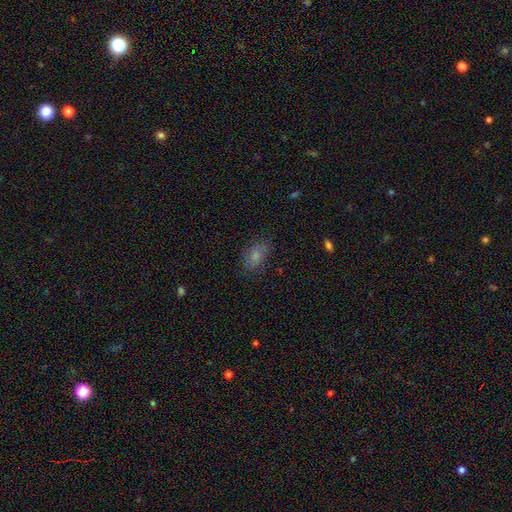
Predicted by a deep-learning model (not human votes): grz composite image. It shows a smooth galaxy with no disk features (78%) that is in between round and cigar-shaped (87%). Merging: none (79%).